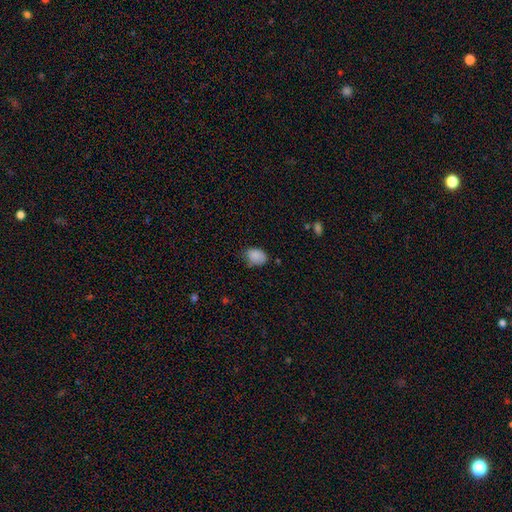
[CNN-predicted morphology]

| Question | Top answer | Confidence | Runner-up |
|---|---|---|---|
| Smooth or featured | smooth | 87% | star or artifact (8%) |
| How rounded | in between | 73% | round (27%) |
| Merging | none | 62% | minor disturbance (30%) |